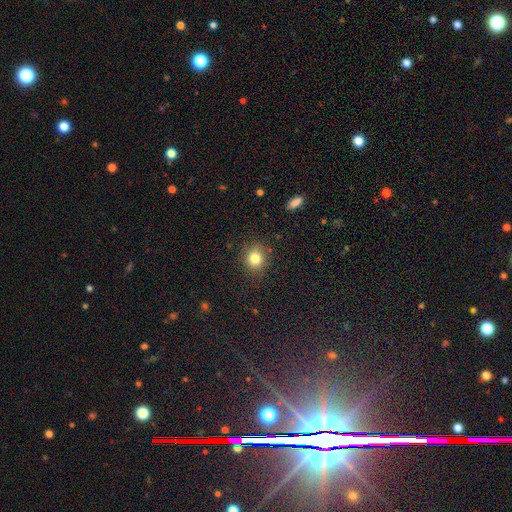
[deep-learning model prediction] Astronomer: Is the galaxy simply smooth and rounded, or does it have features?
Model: smooth — 81%.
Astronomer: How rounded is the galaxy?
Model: round — 73%.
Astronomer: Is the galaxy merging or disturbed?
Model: none — 87%.